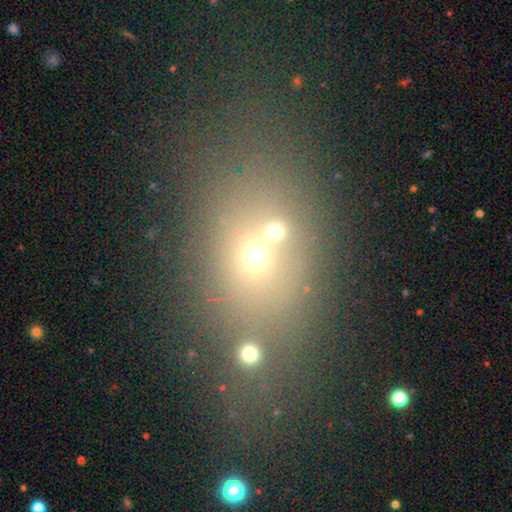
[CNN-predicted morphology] smooth-or-featured: smooth: 58% | star or artifact: 26% | featured or disk: 16%
  how-rounded: in between: 55% | round: 42% | cigar-shaped: 3%
  merging: none: 50% | merger: 34% | minor disturbance: 10% | major disturbance: 6%